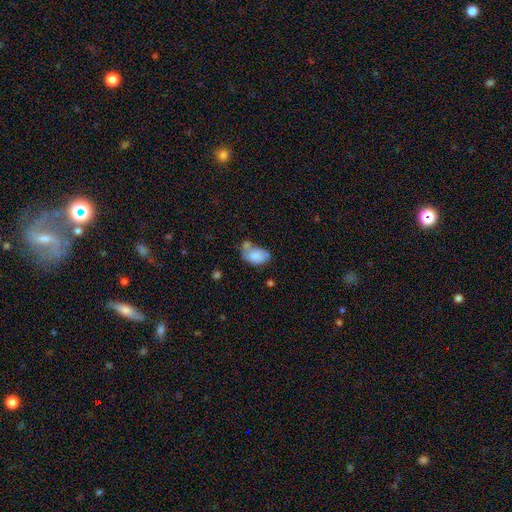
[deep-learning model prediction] Smooth or featured? smooth (71%)
How rounded? in between (88%)
Merging? none (32%)